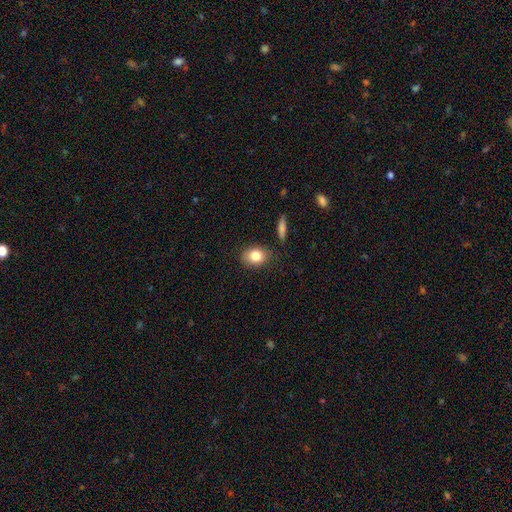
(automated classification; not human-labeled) smooth-or-featured: smooth: 82% | featured or disk: 10% | star or artifact: 8%
  how-rounded: in between: 65% | round: 34% | cigar-shaped: 2%
  merging: none: 83% | minor disturbance: 12% | merger: 3% | major disturbance: 3%